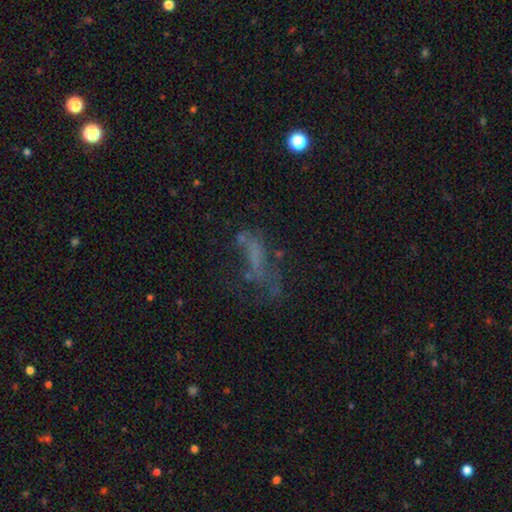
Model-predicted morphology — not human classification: Smooth or featured: featured or disk — 41% (smooth — 31%)
Merging: major disturbance — 38% (none — 37%)